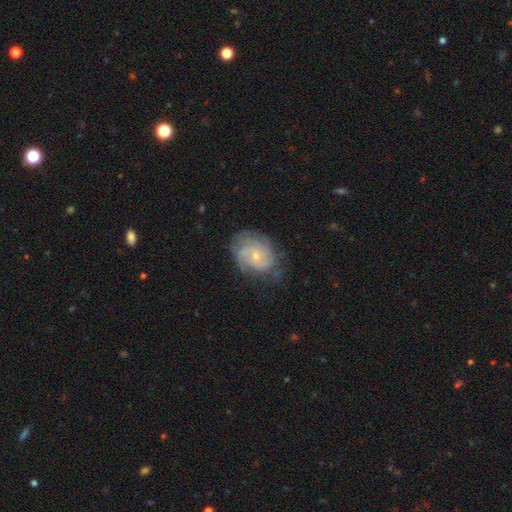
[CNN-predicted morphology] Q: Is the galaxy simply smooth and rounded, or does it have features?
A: featured or disk — 74%.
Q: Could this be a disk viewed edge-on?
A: no — 97%.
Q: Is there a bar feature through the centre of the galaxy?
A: no — 73%.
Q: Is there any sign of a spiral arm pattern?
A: yes — 91%.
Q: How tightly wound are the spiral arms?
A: tight — 56%.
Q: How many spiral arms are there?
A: can't tell — 38%.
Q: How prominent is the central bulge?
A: small — 71%.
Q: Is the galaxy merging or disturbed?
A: none — 65%.